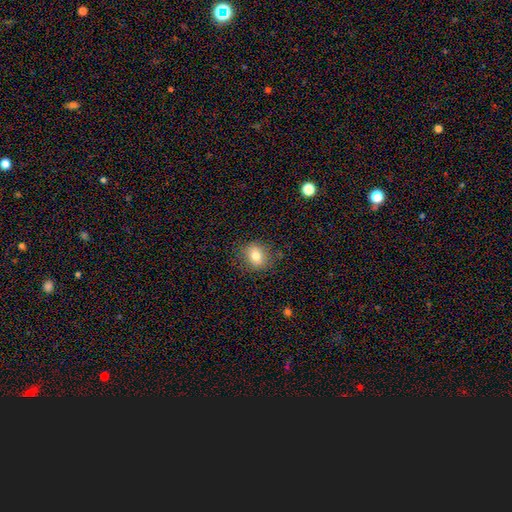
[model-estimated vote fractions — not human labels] smooth_or_featured: smooth (p=0.77) [alt: featured or disk p=0.12]
how_rounded: round (p=0.62) [alt: in between p=0.37]
merging: none (p=0.83) [alt: minor disturbance p=0.12]